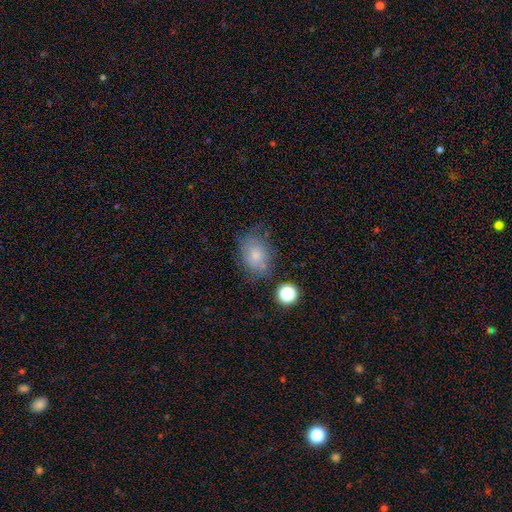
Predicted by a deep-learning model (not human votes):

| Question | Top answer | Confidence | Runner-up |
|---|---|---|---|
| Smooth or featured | smooth | 67% | featured or disk (22%) |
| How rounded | in between | 65% | round (34%) |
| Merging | none | 56% | minor disturbance (27%) |